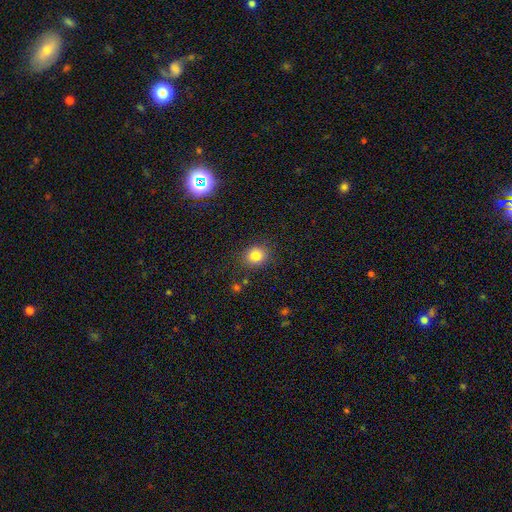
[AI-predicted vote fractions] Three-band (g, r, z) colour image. It shows a smooth galaxy with no disk features (82%) that is round (70%). Merging: none (84%).